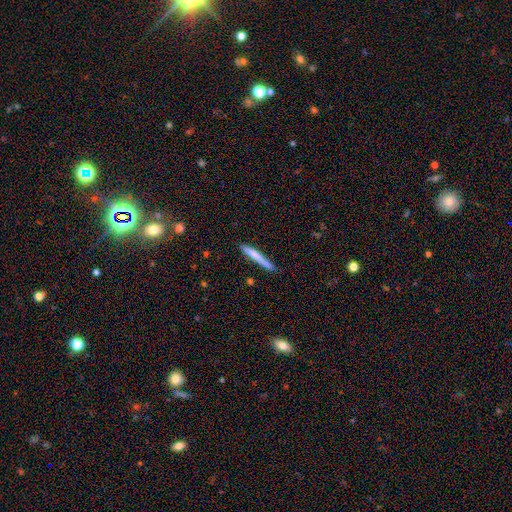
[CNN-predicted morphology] Smooth or featured? smooth (70%)
How rounded? cigar-shaped (96%)
Merging? none (78%)